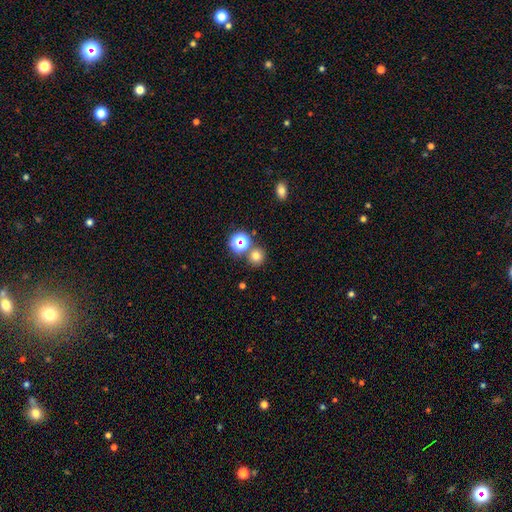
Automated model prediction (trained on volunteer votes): Smooth or featured? Predicted: smooth (p=0.72). How rounded? Predicted: round (p=0.90). Merging? Predicted: none (p=0.75).